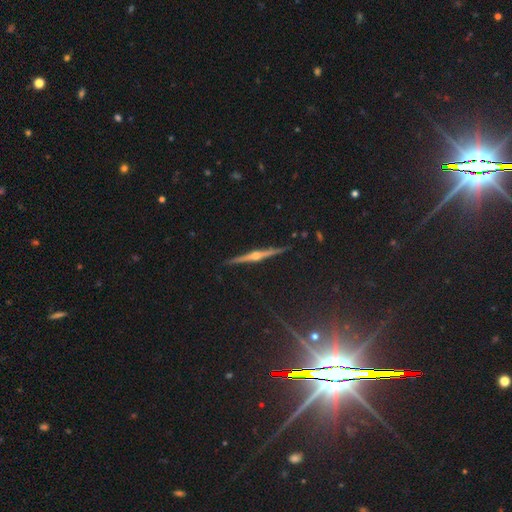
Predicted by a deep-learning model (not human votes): A featured or disk galaxy (82%) viewed edge-on (98%) with a rounded central bulge (92%).

Vote fractions:
- Smooth or featured? featured or disk: 82% / star or artifact: 10% / smooth: 8%
- Edge-on disk? yes: 98% / no: 2%
- Edge-on bulge? rounded: 92% / boxy: 4% / none: 3%
- Merging? none: 91% / minor disturbance: 6% / major disturbance: 1% / merger: 1%